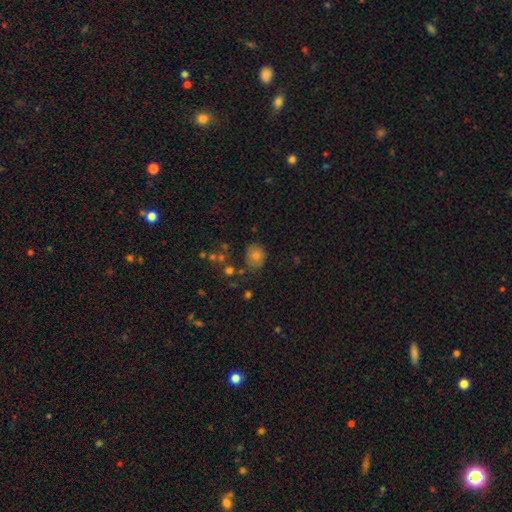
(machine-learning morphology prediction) Smooth or featured? smooth (70%)
How rounded? round (64%)
Merging? none (72%)